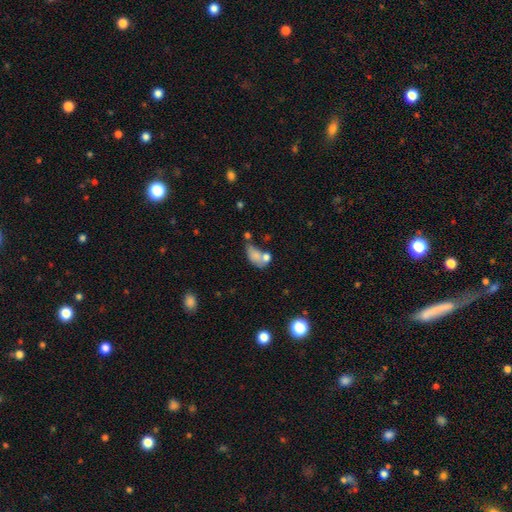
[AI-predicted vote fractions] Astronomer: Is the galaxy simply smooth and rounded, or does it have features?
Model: smooth — 69%.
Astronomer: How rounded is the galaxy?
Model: in between — 84%.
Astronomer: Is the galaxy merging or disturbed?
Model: merger — 42% (runner-up: none, 24%).